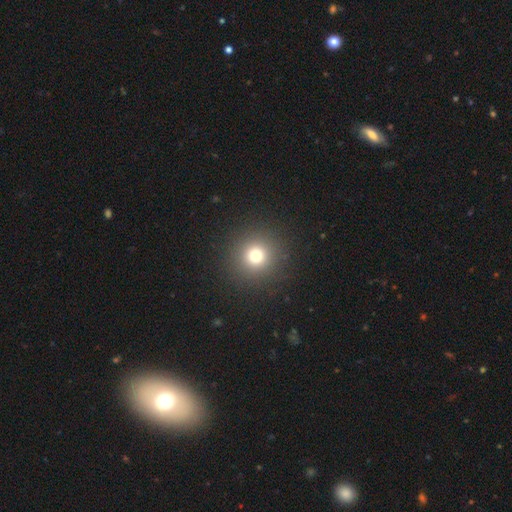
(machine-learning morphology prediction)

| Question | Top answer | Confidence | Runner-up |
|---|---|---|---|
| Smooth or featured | smooth | 74% | star or artifact (18%) |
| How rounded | round | 95% | in between (4%) |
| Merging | none | 91% | minor disturbance (5%) |